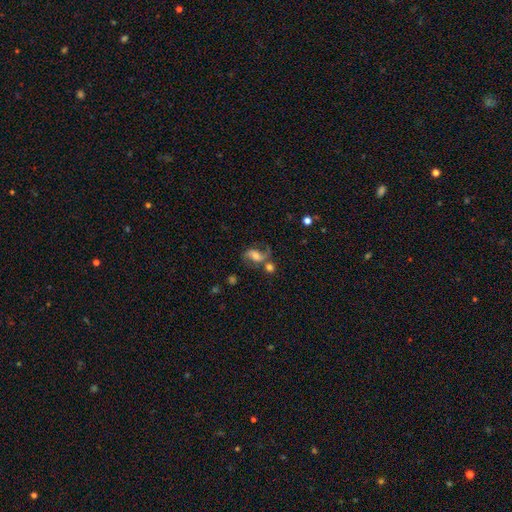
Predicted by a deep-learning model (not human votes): The model was most divided on "bar": weak: 41%, no: 37%, strong: 22%. More confident: edge-on disk — no (96%); spiral arms — yes (91%); spiral arm count — 2 (86%); smooth or featured — featured or disk (66%); spiral winding — loose (54%); merging — none (51%); bulge size — moderate (50%).